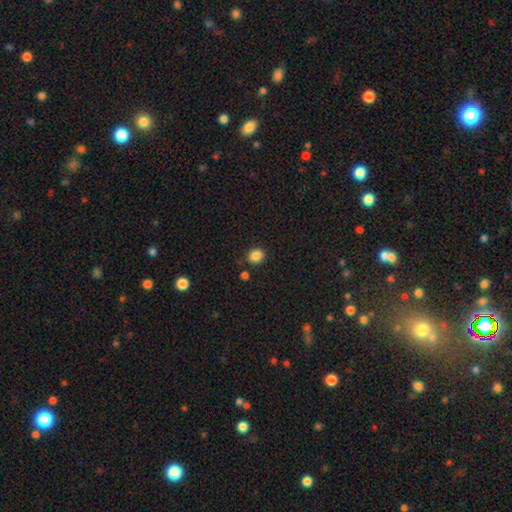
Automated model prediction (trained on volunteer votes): Smooth or featured? smooth (86%)
How rounded? round (74%)
Merging? none (85%)